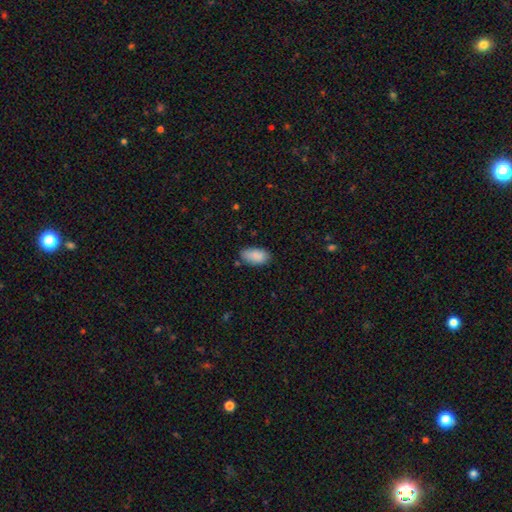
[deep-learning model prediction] This is clearly a smooth galaxy (88%). How rounded: clearly in between (94%). Merging: likely none (76%).